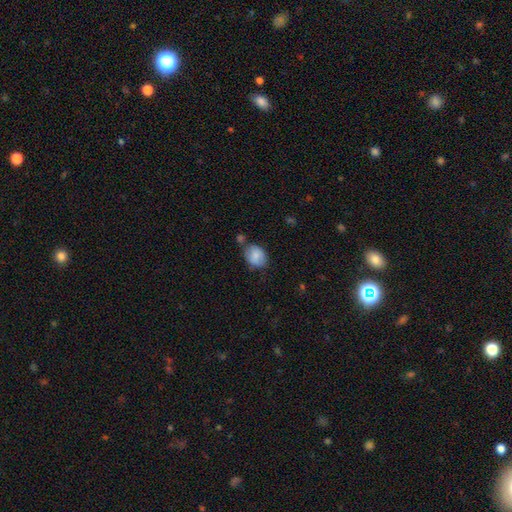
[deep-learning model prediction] This is clearly a smooth galaxy (82%). How rounded: possibly in between (54%). Merging: possibly none (60%).